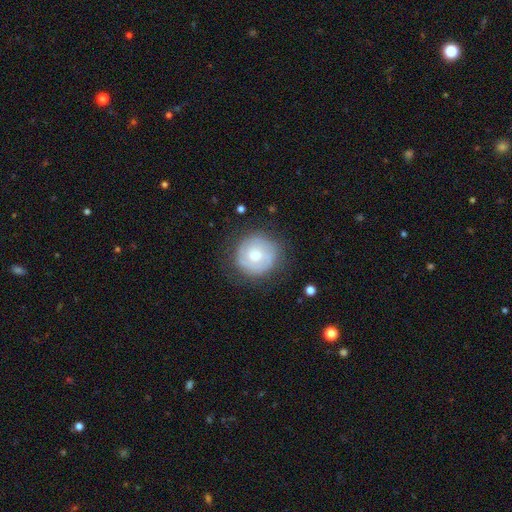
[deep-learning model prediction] smooth-or-featured: featured or disk: 51% | smooth: 42% | star or artifact: 7%
  disk-edge-on: no: 97% | yes: 3%
  merging: none: 73% | minor disturbance: 18% | major disturbance: 7% | merger: 2%